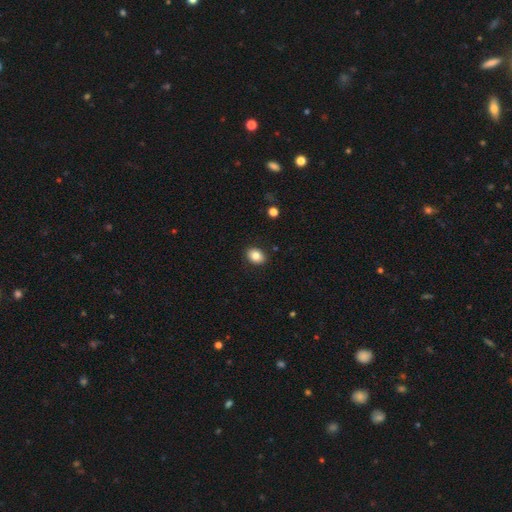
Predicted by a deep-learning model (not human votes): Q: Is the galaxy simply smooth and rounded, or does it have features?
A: smooth — 84%.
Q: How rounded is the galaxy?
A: in between — 67%.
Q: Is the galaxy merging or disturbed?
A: none — 89%.